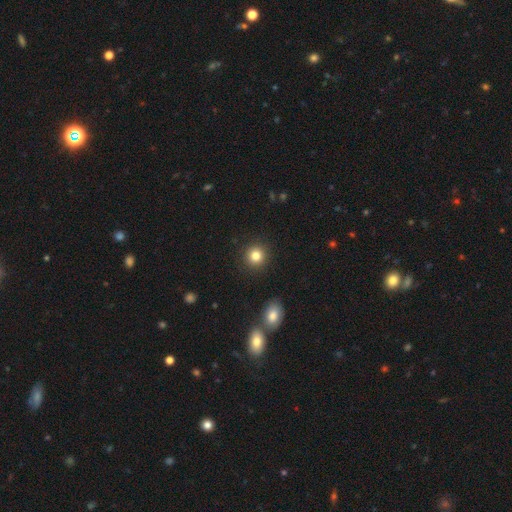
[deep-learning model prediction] Smooth or featured: smooth — 83% (star or artifact — 11%)
How rounded: round — 91% (in between — 8%)
Merging: none — 91% (minor disturbance — 5%)